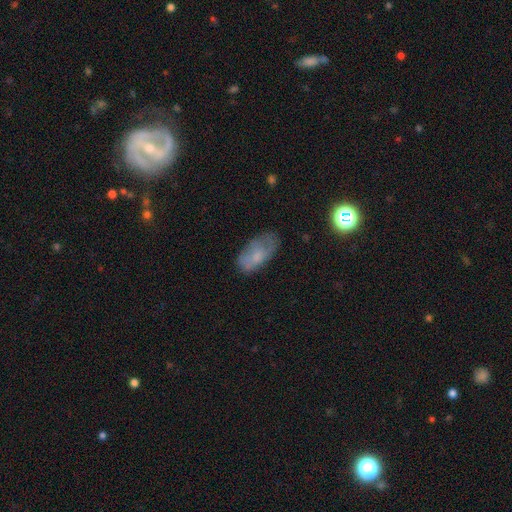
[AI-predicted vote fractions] Smooth or featured? Predicted: smooth (p=0.64). How rounded? Predicted: in between (p=0.92). Merging? Predicted: none (p=0.58).